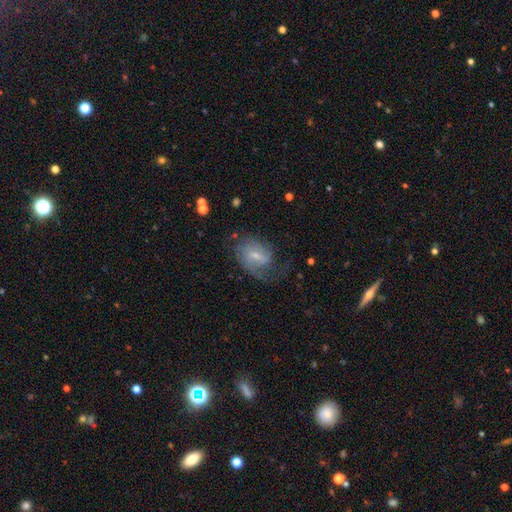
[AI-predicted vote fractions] Morphology: type=featured or disk (72%); edge-on=no (97%); bar=weak (56%); spiral arms=yes (88%); winding=medium (43%); arm count=2 (44%); bulge=small (62%); merging=none (50%).